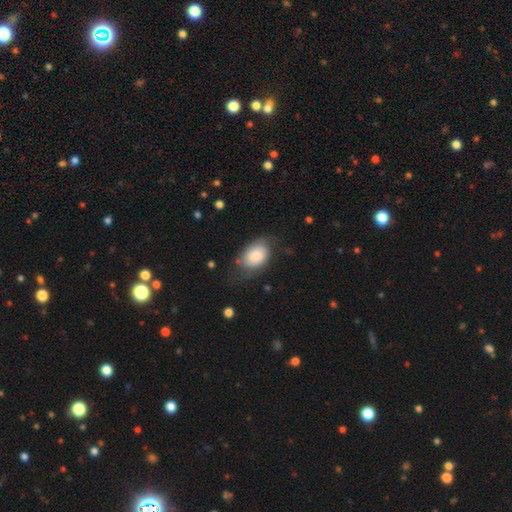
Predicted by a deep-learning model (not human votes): A smooth galaxy with no disk features (74%) that is in between round and cigar-shaped (86%). Merging: none (51%).